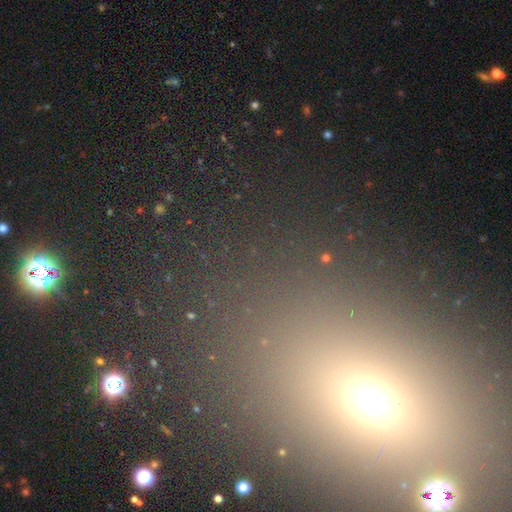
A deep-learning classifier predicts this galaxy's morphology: This appears to be a star or artifact, not a galaxy (46%).